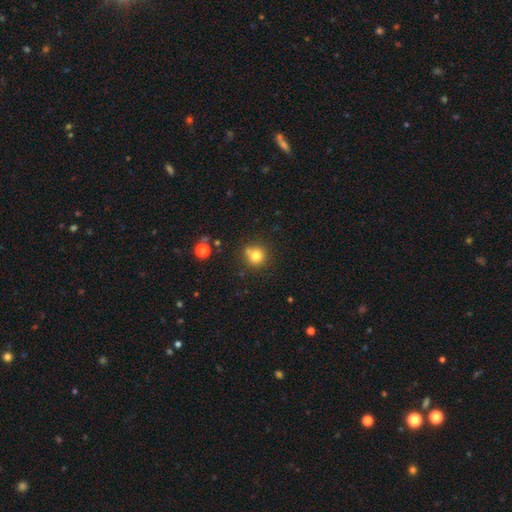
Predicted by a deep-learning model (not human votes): Smooth or featured? Predicted: smooth (p=0.78). How rounded? Predicted: round (p=0.92). Merging? Predicted: none (p=0.71).